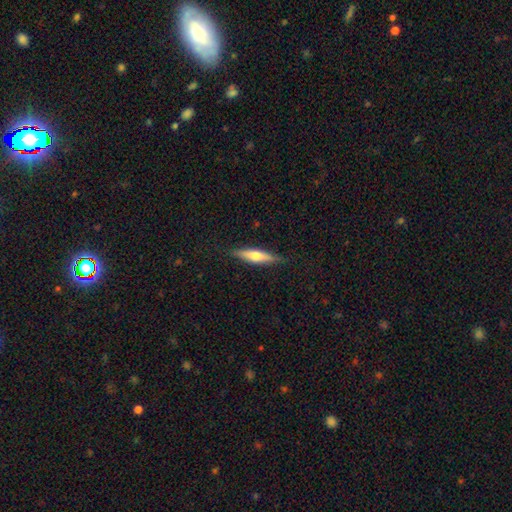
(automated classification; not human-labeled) Morphology: type=smooth (50%); merging=none (85%).